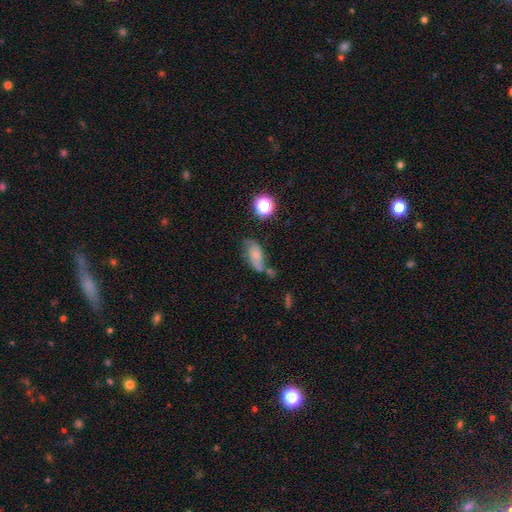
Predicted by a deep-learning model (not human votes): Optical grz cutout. It shows a smooth galaxy with no disk features (55%) that is in between round and cigar-shaped (83%). Merging: none (40%).